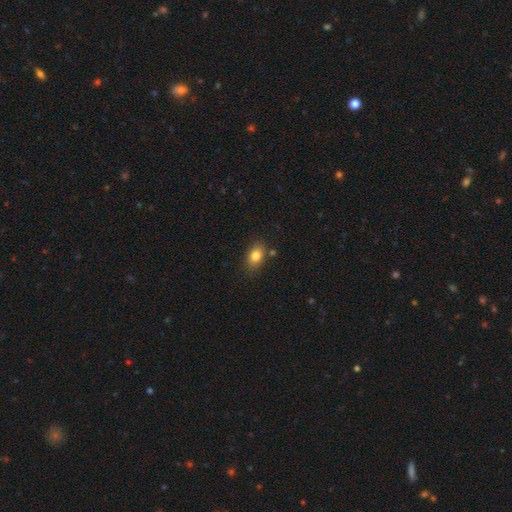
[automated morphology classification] type=smooth (82%); roundness=in between (81%); merging=none (79%).